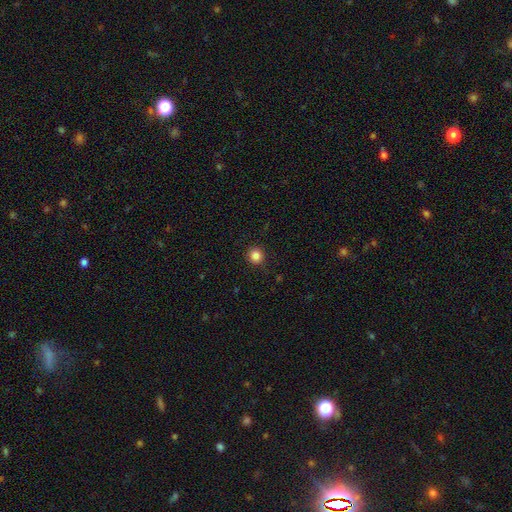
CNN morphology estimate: smooth 85%, star or artifact 12%, featured or disk 4%. Down the decision tree: how rounded — round (93%); merging — none (92%).